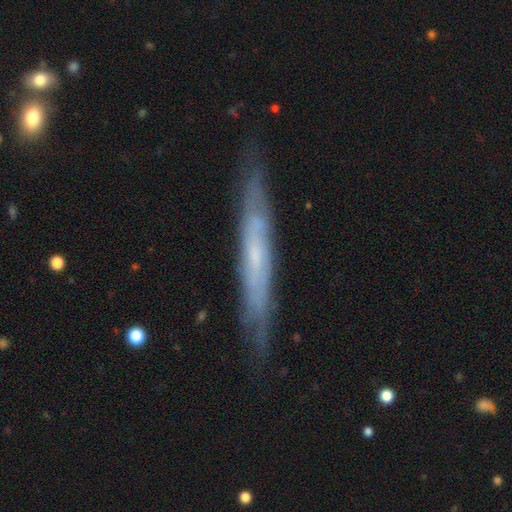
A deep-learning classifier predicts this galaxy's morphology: The model was most divided on "smooth or featured": featured or disk: 65%, smooth: 29%, star or artifact: 7%. More confident: merging — none (82%); edge-on disk — yes (76%).